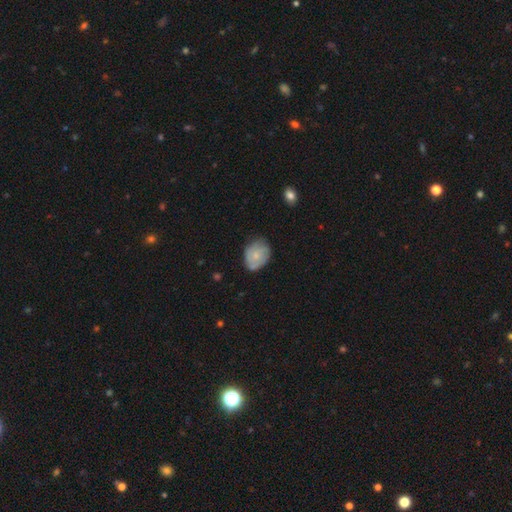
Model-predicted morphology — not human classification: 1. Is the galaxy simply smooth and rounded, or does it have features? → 54% smooth, 39% featured or disk, 7% star or artifact.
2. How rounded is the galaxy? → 58% in between, 41% round, 1% cigar-shaped.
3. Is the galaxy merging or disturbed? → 63% none, 28% minor disturbance, 7% major disturbance, 2% merger.